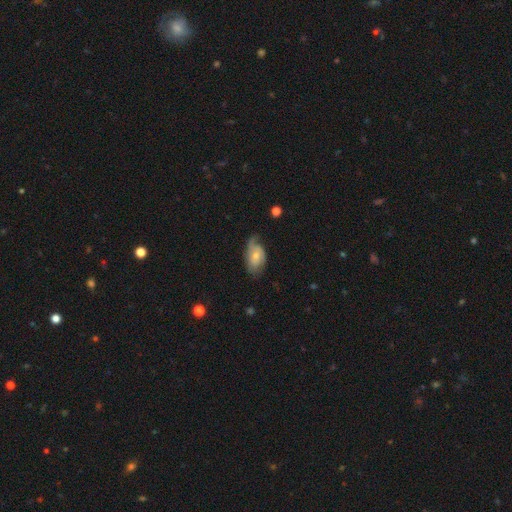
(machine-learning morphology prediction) Smooth or featured? featured or disk (55%)
Edge-on disk? no (93%)
Bar? no (71%)
Spiral arms? yes (81%)
Bulge size? small (47%)
Merging? none (49%)